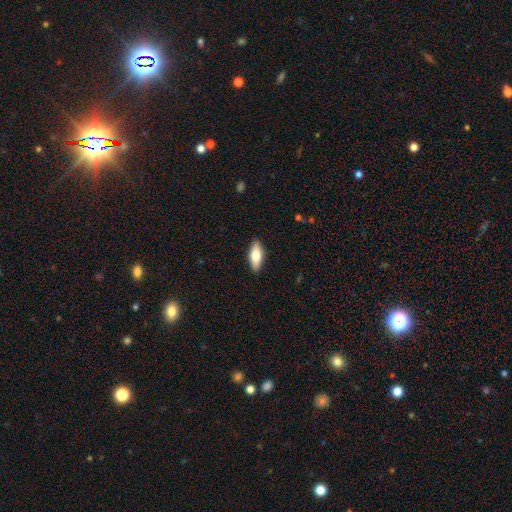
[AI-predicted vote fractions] Q: Smooth or featured?
A: smooth (71%); runner-up: featured or disk (23%)
Q: How rounded?
A: in between (76%); runner-up: cigar-shaped (21%)
Q: Merging?
A: none (90%); runner-up: minor disturbance (8%)